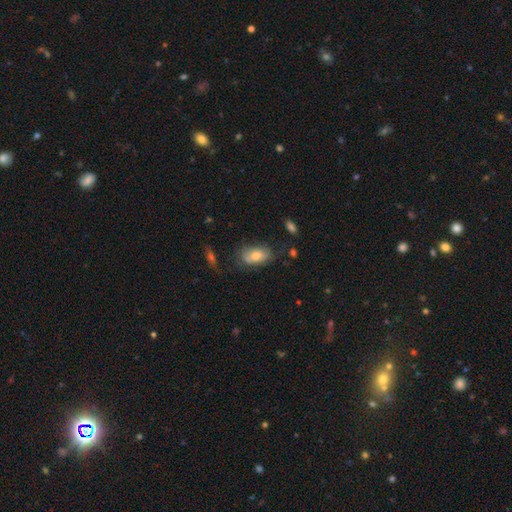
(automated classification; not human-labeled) Smooth or featured?
  - smooth: 64% *
  - featured or disk: 26%
  - star or artifact: 9%
How rounded?
  - in between: 90% *
  - round: 6%
  - cigar-shaped: 4%
Merging?
  - none: 61% *
  - minor disturbance: 25%
  - major disturbance: 10%
  - merger: 3%